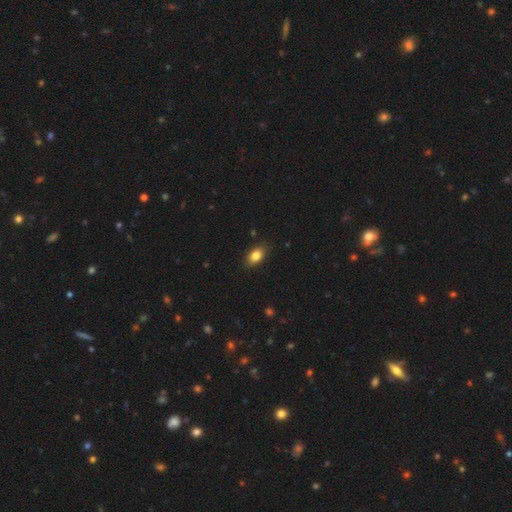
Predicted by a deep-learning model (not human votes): smooth-or-featured: smooth: 83% | featured or disk: 8% | star or artifact: 8%
  how-rounded: in between: 88% | round: 9% | cigar-shaped: 3%
  merging: none: 86% | minor disturbance: 11% | major disturbance: 2% | merger: 1%